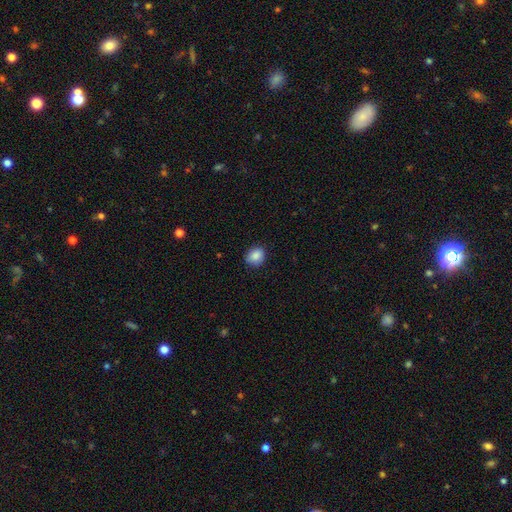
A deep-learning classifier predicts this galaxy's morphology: A smooth galaxy with no disk features (87%) that is round (63%).

Vote fractions:
- Smooth or featured? smooth: 87% / star or artifact: 9% / featured or disk: 5%
- How rounded? round: 63% / in between: 36% / cigar-shaped: 1%
- Merging? none: 82% / minor disturbance: 15% / major disturbance: 3% / merger: 1%